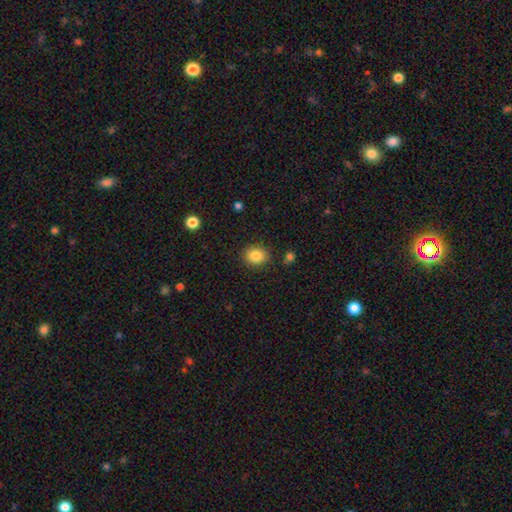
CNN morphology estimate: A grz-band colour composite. It shows a smooth galaxy with no disk features (85%) that is round (62%). Merging: none (87%).